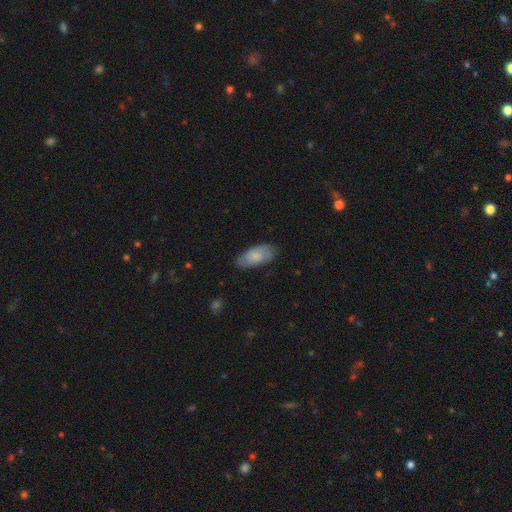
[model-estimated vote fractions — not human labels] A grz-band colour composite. It shows a smooth galaxy with no disk features (72%) that is in between round and cigar-shaped (91%). Merging: none (73%).